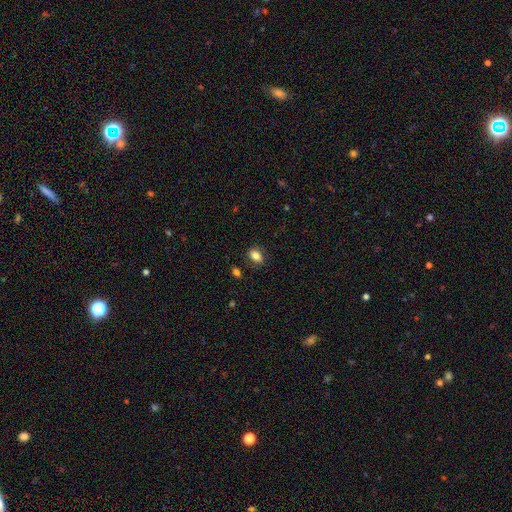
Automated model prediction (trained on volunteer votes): Smooth or featured? Predicted: smooth (p=0.82). How rounded? Predicted: in between (p=0.81). Merging? Predicted: none (p=0.82).